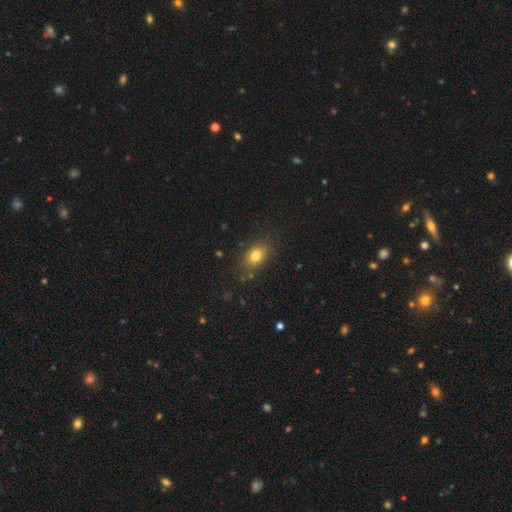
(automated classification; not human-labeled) Smooth or featured? smooth (79%)
How rounded? in between (72%)
Merging? none (80%)